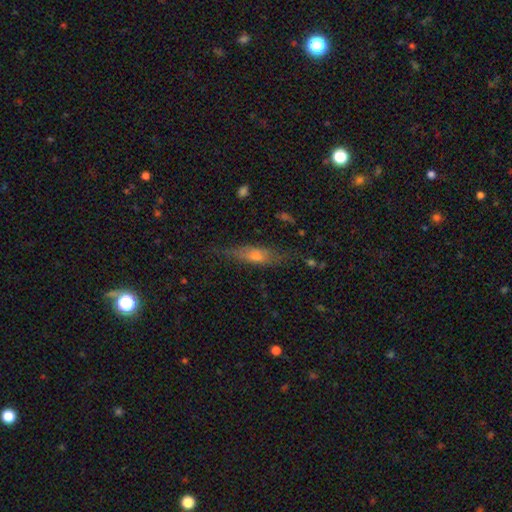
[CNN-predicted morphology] Overall: smooth (46%; featured or disk 43%). Merging: none (72%).